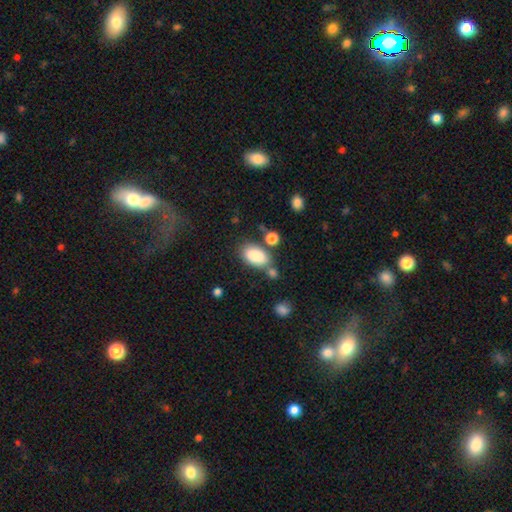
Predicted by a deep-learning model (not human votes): Q: Smooth or featured?
A: smooth (86%); runner-up: star or artifact (8%)
Q: How rounded?
A: in between (92%); runner-up: round (6%)
Q: Merging?
A: none (62%); runner-up: merger (16%)